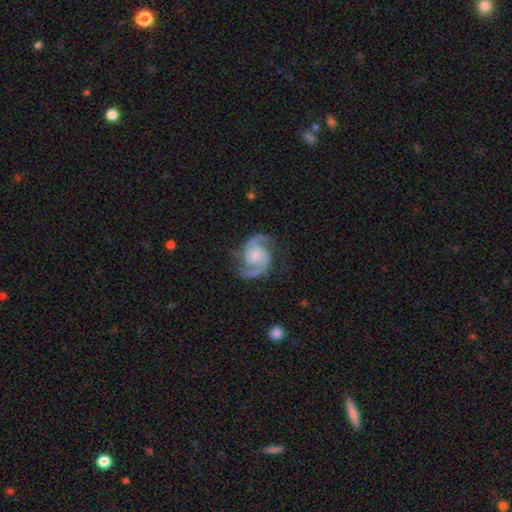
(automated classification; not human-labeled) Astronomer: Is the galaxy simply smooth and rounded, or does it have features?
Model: featured or disk — 92%.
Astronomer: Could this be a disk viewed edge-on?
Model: no — 98%.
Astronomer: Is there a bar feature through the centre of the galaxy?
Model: no — 66%.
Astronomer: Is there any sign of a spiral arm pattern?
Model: yes — 98%.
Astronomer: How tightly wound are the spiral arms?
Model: medium — 62%.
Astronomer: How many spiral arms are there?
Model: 2 — 94%.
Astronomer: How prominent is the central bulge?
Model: small — 47% (runner-up: moderate, 35%).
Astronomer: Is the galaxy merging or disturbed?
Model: none — 79%.